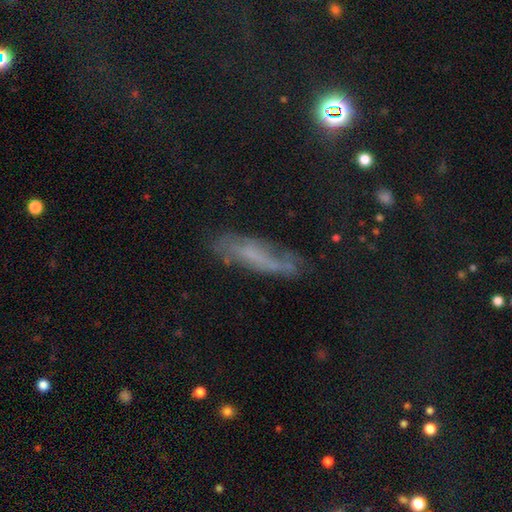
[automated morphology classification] A featured or disk galaxy (42%). Merging: none (59%).